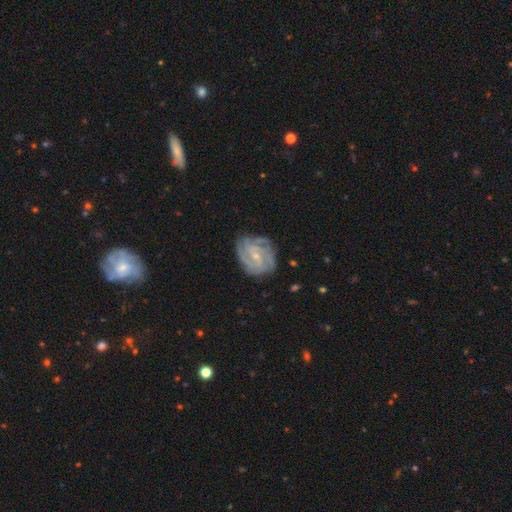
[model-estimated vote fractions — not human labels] Smooth or featured? Predicted: featured or disk (p=0.86). Edge-on disk? Predicted: no (p=0.98). Bar? Predicted: no (p=0.45). Spiral arms? Predicted: yes (p=0.97). Spiral winding? Predicted: tight (p=0.70). Spiral arm count? Predicted: 3 (p=0.27). Bulge size? Predicted: small (p=0.70). Merging? Predicted: none (p=0.78).